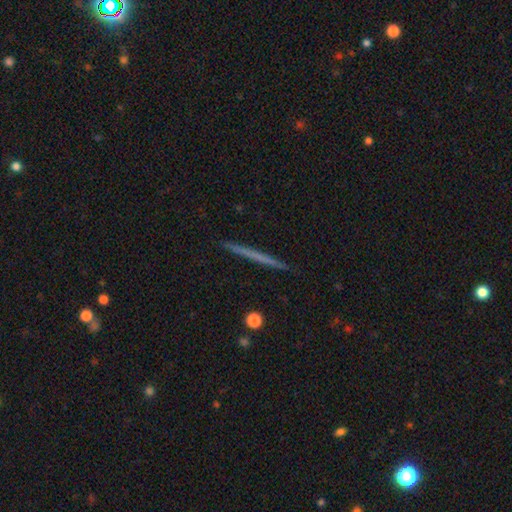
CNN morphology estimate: This appears to be a featured or disk galaxy (50%). Merging: none (93%).